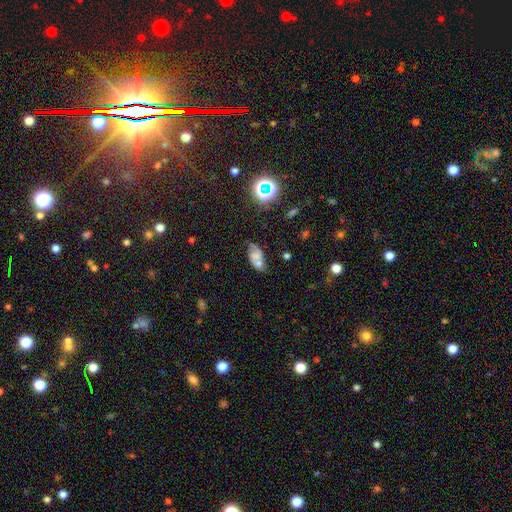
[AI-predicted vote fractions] Morphology: type=featured or disk (46%); merging=none (43%).